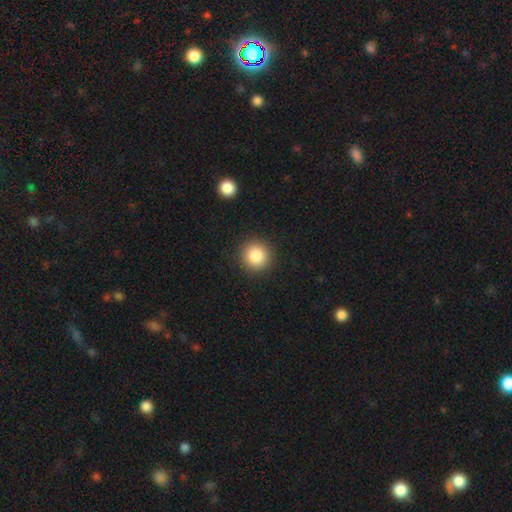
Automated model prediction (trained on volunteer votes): Smooth or featured?
  - smooth: 86% *
  - star or artifact: 9%
  - featured or disk: 5%
How rounded?
  - round: 93% *
  - in between: 6%
  - cigar-shaped: 1%
Merging?
  - none: 91% *
  - minor disturbance: 6%
  - major disturbance: 2%
  - merger: 1%